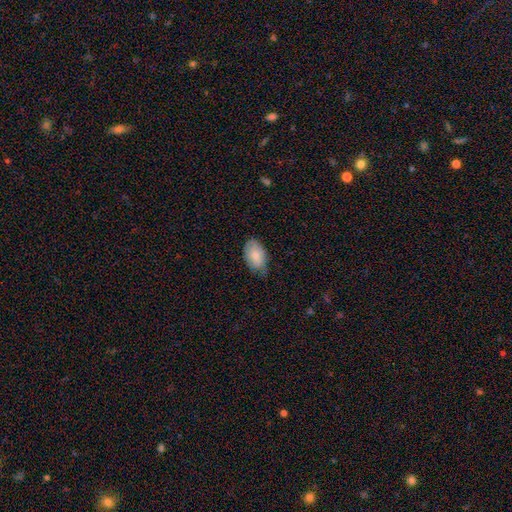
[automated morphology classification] Smooth or featured?
  - smooth: 80% *
  - featured or disk: 14%
  - star or artifact: 6%
How rounded?
  - in between: 92% *
  - round: 6%
  - cigar-shaped: 1%
Merging?
  - none: 61% *
  - minor disturbance: 33%
  - major disturbance: 5%
  - merger: 1%